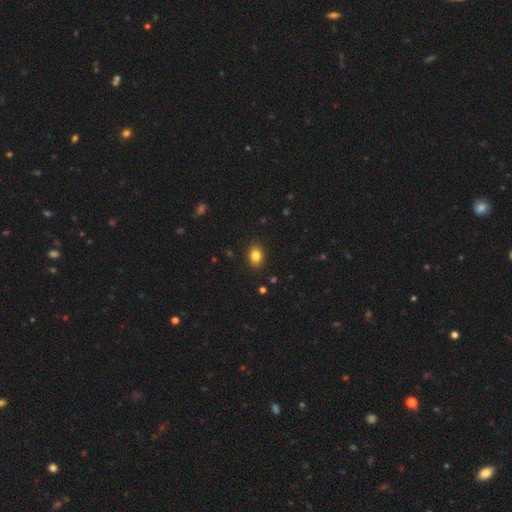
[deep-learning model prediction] A smooth galaxy with no disk features (84%) that is in between round and cigar-shaped (67%). Merging: none (89%).